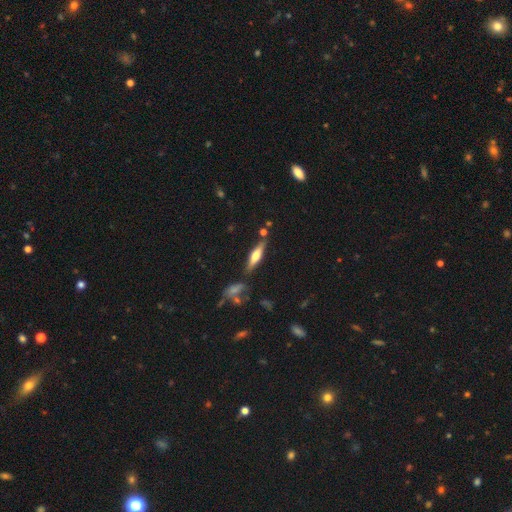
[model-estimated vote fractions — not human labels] Smooth or featured?
  - featured or disk: 49% *
  - smooth: 44%
  - star or artifact: 7%
Merging?
  - none: 78% *
  - minor disturbance: 12%
  - merger: 6%
  - major disturbance: 3%